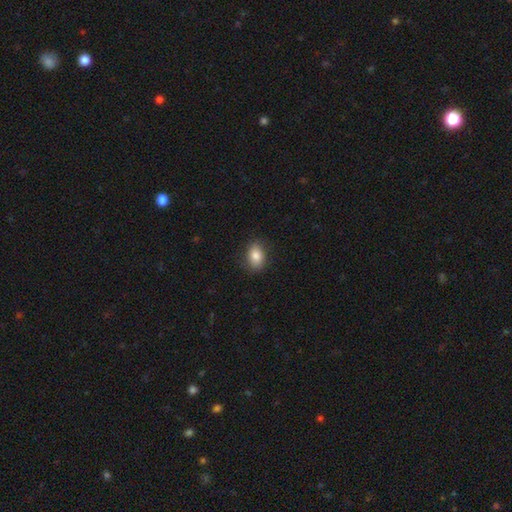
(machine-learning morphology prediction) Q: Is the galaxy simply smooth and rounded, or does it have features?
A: smooth — 85%.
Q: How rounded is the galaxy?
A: in between — 80%.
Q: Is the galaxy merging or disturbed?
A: none — 84%.